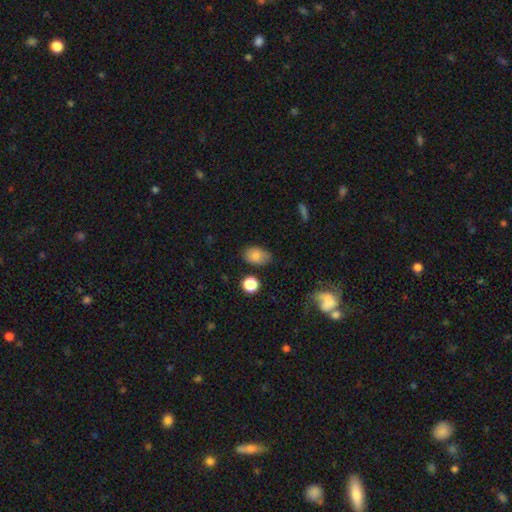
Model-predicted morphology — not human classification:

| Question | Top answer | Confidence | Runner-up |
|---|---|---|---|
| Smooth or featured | smooth | 83% | star or artifact (10%) |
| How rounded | in between | 83% | round (16%) |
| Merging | none | 74% | minor disturbance (19%) |